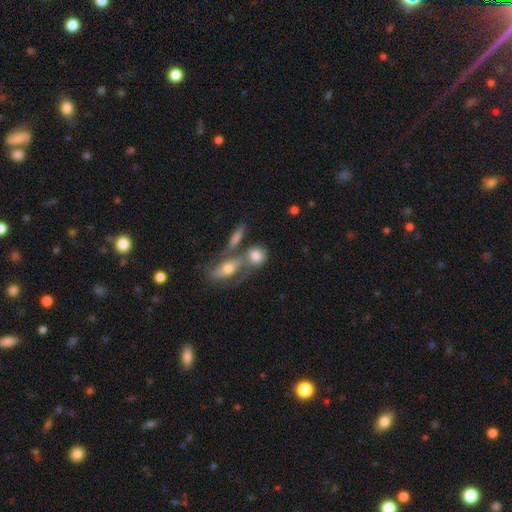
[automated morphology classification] smooth-or-featured: smooth: 69% | featured or disk: 23% | star or artifact: 8%
  how-rounded: round: 49% | in between: 45% | cigar-shaped: 6%
  merging: merger: 46% | none: 35% | minor disturbance: 12% | major disturbance: 7%